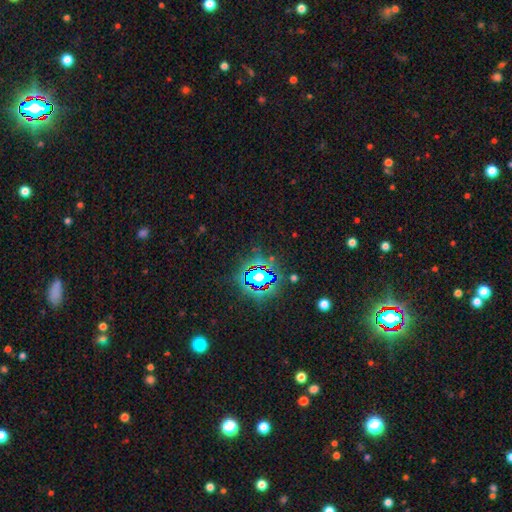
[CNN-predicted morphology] type=star or artifact (82%).